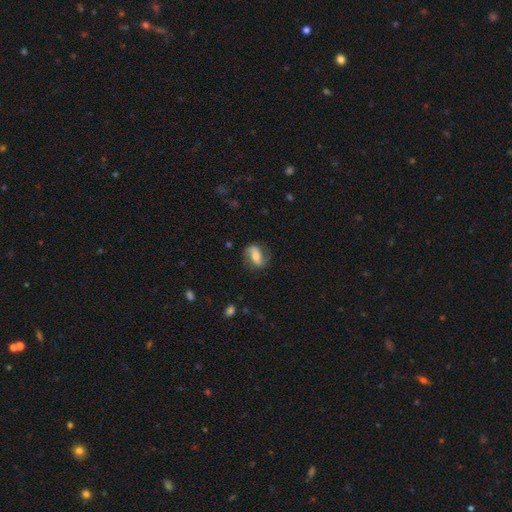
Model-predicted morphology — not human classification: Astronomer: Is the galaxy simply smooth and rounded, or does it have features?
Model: featured or disk — 59% (runner-up: smooth, 34%).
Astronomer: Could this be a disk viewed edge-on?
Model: no — 93%.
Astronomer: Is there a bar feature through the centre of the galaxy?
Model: strong — 39% (runner-up: weak, 33%).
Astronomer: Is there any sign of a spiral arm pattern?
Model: yes — 85%.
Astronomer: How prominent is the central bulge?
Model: moderate — 57%.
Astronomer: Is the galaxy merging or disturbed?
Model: none — 76%.